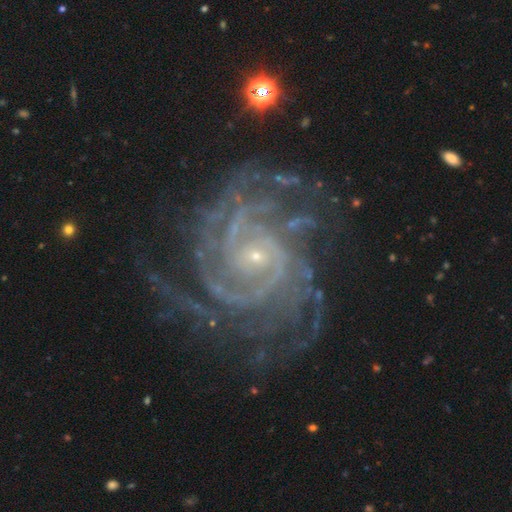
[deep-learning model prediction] Overall: featured or disk (92%). Edge-on disk: no (98%). Bar: no (66%). Spiral arms: yes (99%). Spiral arm count: 4 (22%; more than 4 20%). Spiral winding: tight (73%). Bulge size: small (84%). Merging: none (73%).